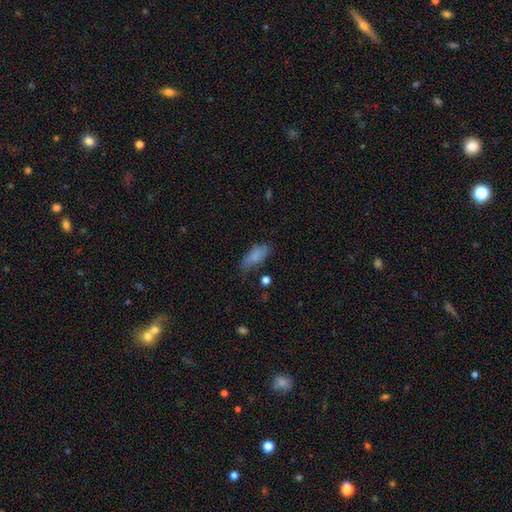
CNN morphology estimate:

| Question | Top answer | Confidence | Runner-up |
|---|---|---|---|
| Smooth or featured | smooth | 78% | featured or disk (13%) |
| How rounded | in between | 81% | cigar-shaped (16%) |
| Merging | none | 58% | minor disturbance (29%) |